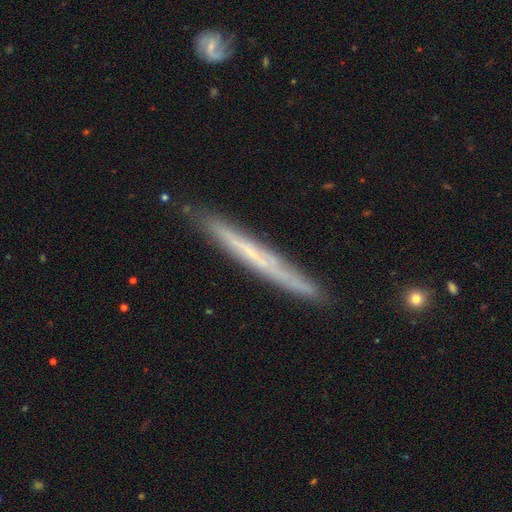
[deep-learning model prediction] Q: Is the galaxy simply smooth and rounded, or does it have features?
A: featured or disk — 56%.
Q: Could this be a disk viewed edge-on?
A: yes — 93%.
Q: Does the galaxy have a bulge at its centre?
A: none — 85%.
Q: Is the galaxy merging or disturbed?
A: none — 85%.